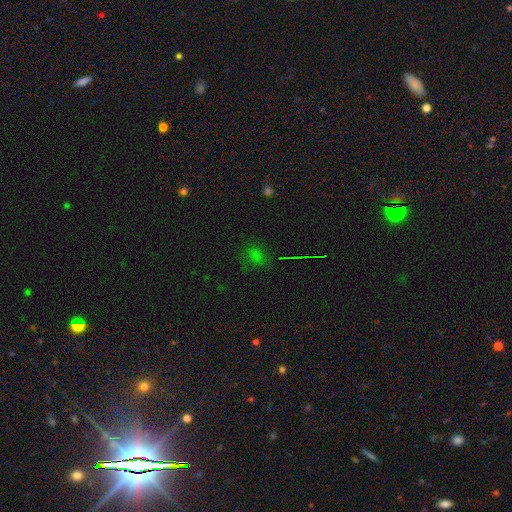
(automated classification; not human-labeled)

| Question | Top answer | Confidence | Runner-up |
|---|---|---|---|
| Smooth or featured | smooth | 51% | star or artifact (40%) |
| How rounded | in between | 54% | round (42%) |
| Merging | none | 68% | minor disturbance (19%) |